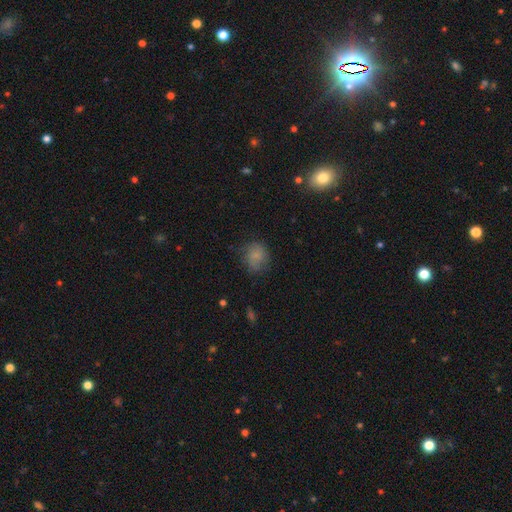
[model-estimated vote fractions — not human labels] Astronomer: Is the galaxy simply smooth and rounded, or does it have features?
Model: smooth — 76%.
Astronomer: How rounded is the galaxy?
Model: round — 73%.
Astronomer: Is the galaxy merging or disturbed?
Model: none — 67%.